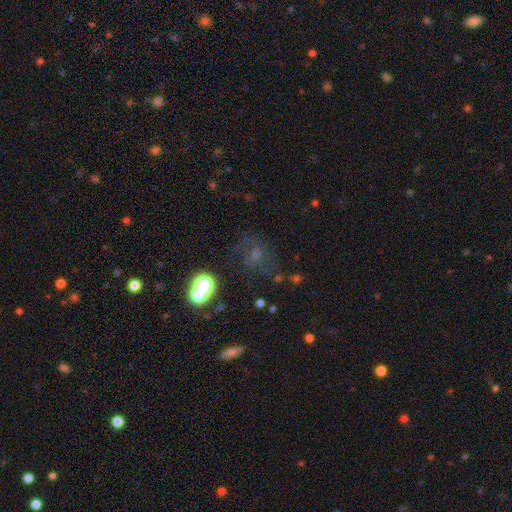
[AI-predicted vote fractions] This appears to be a smooth galaxy with no disk features (43%). Merging: none (56%).